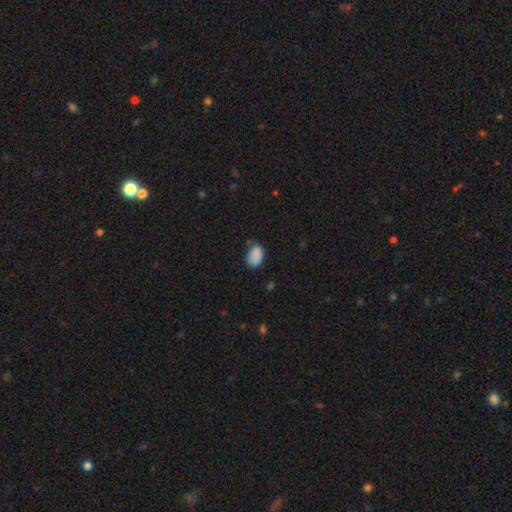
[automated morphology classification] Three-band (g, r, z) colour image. It shows a smooth galaxy with no disk features (86%) that is in between round and cigar-shaped (86%). Merging: none (62%).